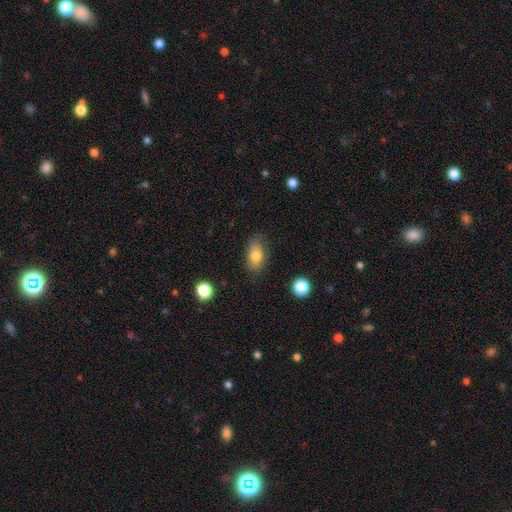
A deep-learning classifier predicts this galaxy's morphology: Smooth or featured: smooth — 77% (featured or disk — 14%)
How rounded: in between — 86% (round — 9%)
Merging: none — 78% (minor disturbance — 16%)